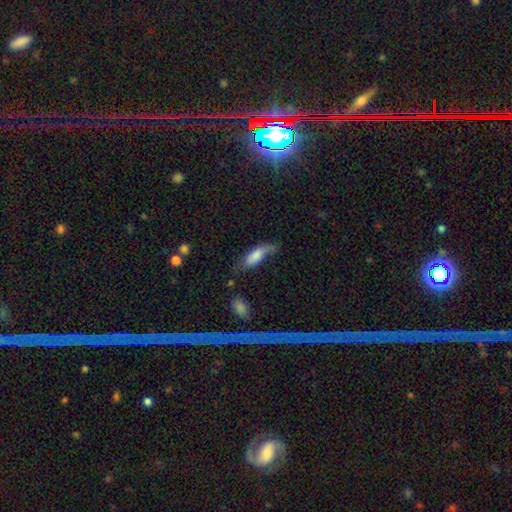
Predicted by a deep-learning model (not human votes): This is likely a smooth galaxy (74%). How rounded: likely in between (64%). Merging: marginally none (38%).